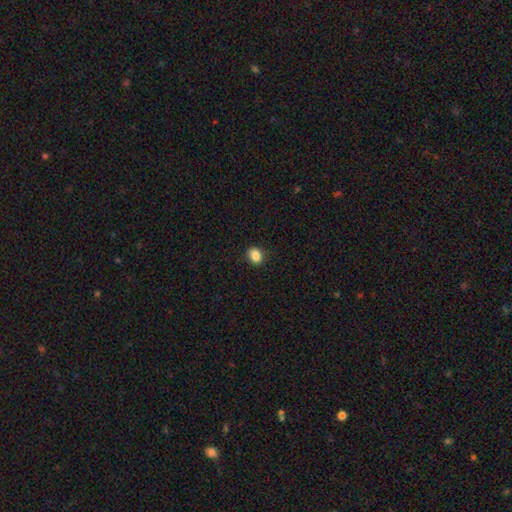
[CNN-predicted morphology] This is clearly a smooth galaxy (85%). How rounded: possibly in between (50%). Merging: clearly none (84%).